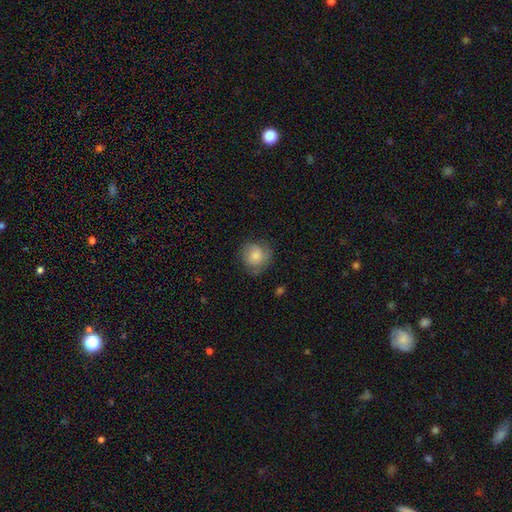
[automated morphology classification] Smooth or featured: smooth — 73% (featured or disk — 19%)
How rounded: round — 84% (in between — 15%)
Merging: none — 66% (minor disturbance — 24%)